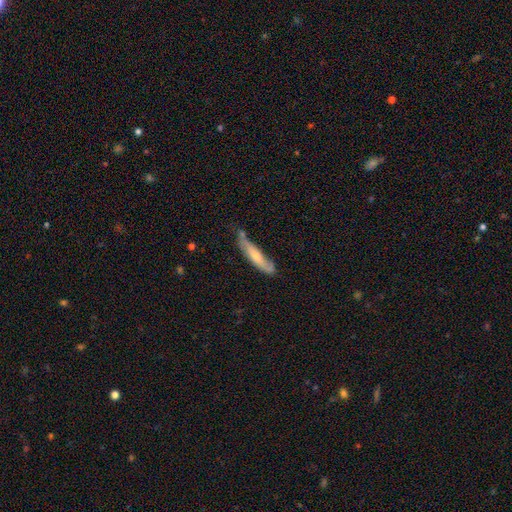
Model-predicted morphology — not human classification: A smooth galaxy with no disk features (51%) that is cigar-shaped (84%). Merging: none (57%).